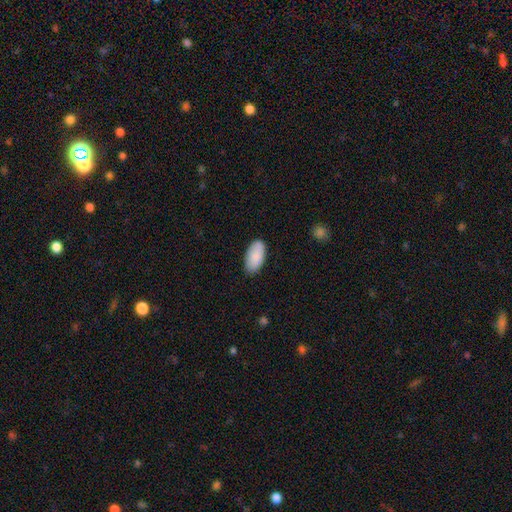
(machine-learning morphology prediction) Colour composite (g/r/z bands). It shows a smooth galaxy with no disk features (88%) that is in between round and cigar-shaped (95%). Merging: none (83%).